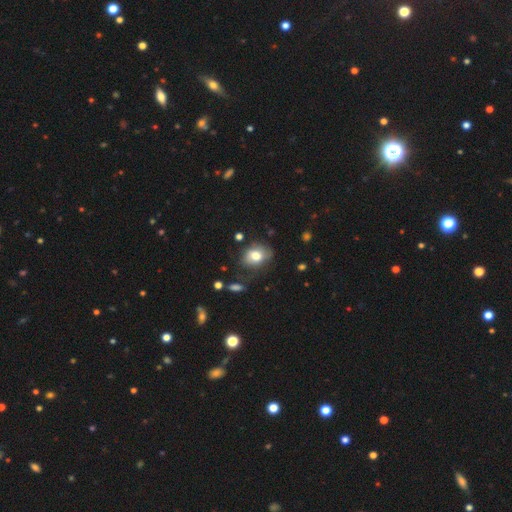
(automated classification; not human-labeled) Smooth or featured?
  - smooth: 75% *
  - featured or disk: 16%
  - star or artifact: 9%
How rounded?
  - in between: 62% *
  - round: 37%
  - cigar-shaped: 1%
Merging?
  - none: 62% *
  - minor disturbance: 25%
  - major disturbance: 9%
  - merger: 3%